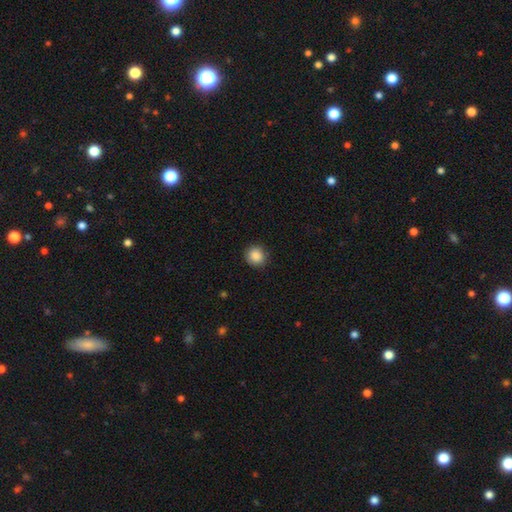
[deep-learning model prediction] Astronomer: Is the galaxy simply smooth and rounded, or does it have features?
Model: smooth — 88%.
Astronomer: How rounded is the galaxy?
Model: round — 90%.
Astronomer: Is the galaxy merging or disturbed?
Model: none — 89%.